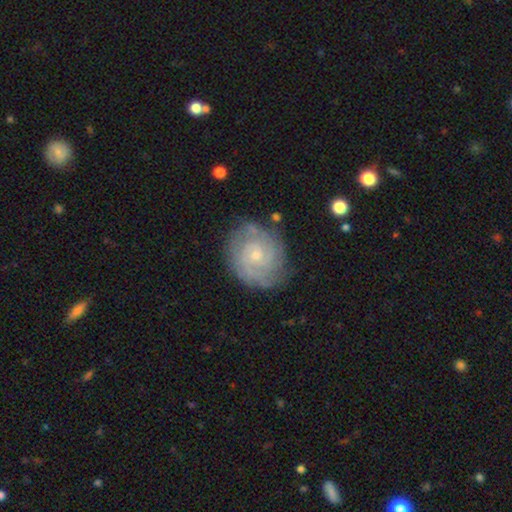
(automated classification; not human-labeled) The model was most divided on "spiral arm count" (2-way tie): 2: 31%, can't tell: 31%, 3: 19%, 4: 8%, 1: 5%, more than 4: 5%. More confident: edge-on disk — no (98%); spiral arms — yes (94%); smooth or featured — featured or disk (80%); merging — none (77%); bar — no (73%); bulge size — small (73%); spiral winding — tight (70%).